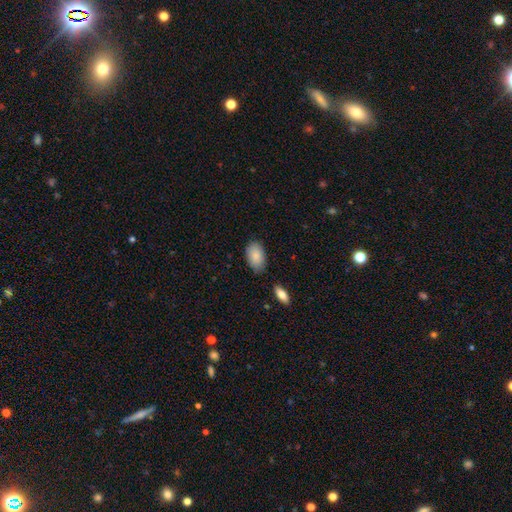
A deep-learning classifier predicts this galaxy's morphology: smooth-or-featured: smooth: 86% | featured or disk: 7% | star or artifact: 6%
  how-rounded: in between: 92% | round: 6% | cigar-shaped: 1%
  merging: none: 78% | minor disturbance: 17% | major disturbance: 3% | merger: 3%